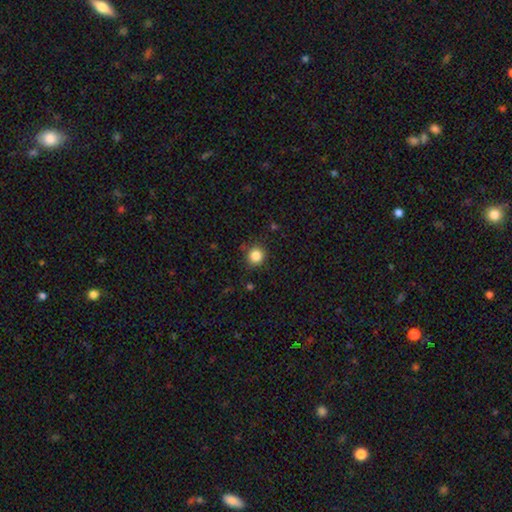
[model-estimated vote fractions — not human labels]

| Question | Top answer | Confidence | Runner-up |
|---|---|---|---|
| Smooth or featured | smooth | 84% | star or artifact (12%) |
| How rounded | round | 91% | in between (8%) |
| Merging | none | 87% | minor disturbance (9%) |